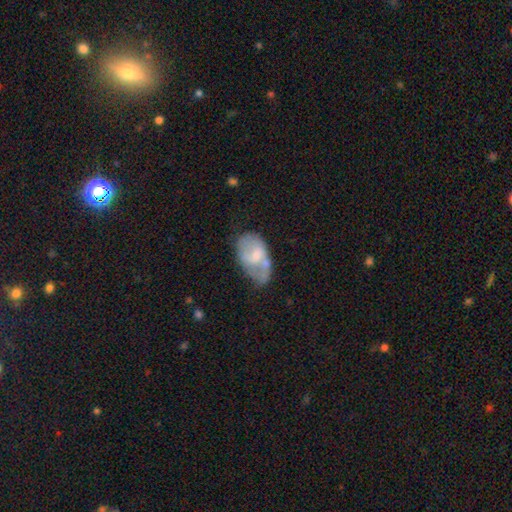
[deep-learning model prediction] Morphology: type=smooth (47%); merging=minor disturbance (34%).